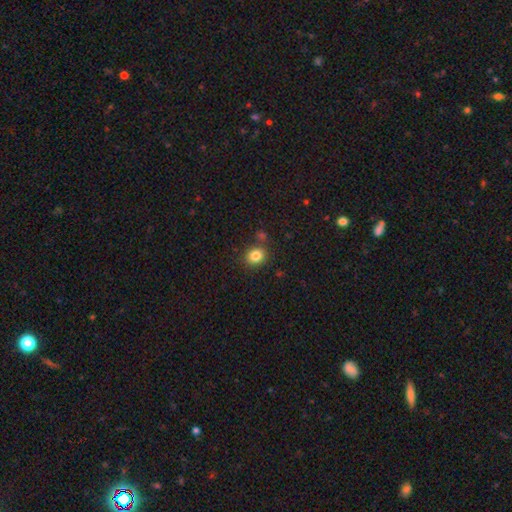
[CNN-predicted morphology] Q: Smooth or featured?
A: smooth (83%); runner-up: star or artifact (11%)
Q: How rounded?
A: round (65%); runner-up: in between (34%)
Q: Merging?
A: none (79%); runner-up: minor disturbance (10%)